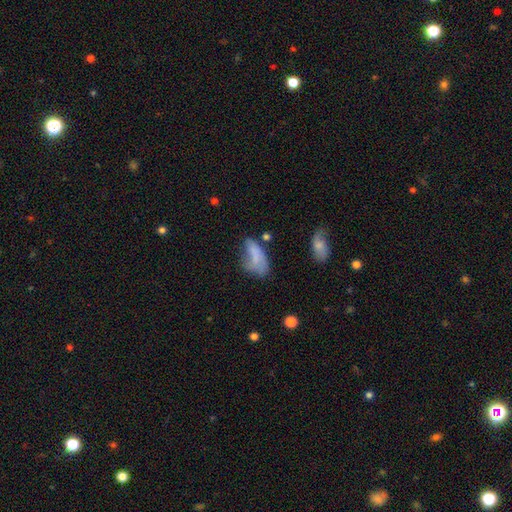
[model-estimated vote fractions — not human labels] This is likely a smooth galaxy (67%). How rounded: clearly in between (87%). Merging: marginally none (32%, tied with minor disturbance).